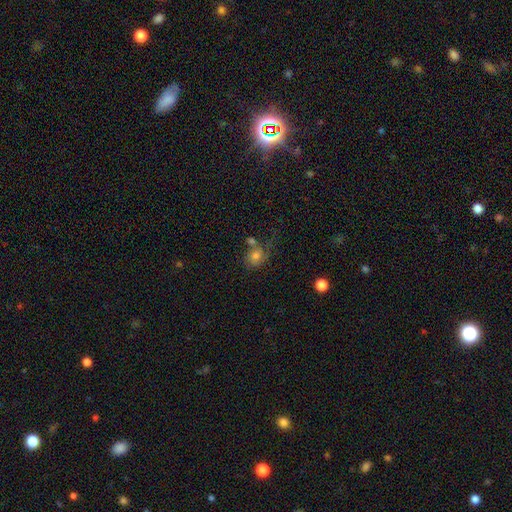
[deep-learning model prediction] This is possibly a smooth galaxy (56%). How rounded: possibly round (59%). Merging: marginally none (35%).